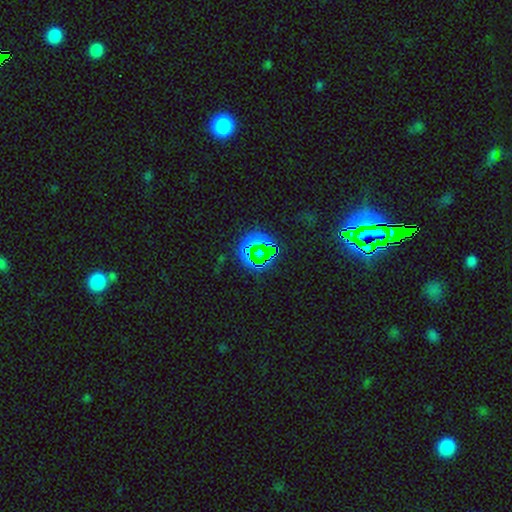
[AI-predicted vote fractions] This appears to be a star or artifact, not a galaxy (74%).